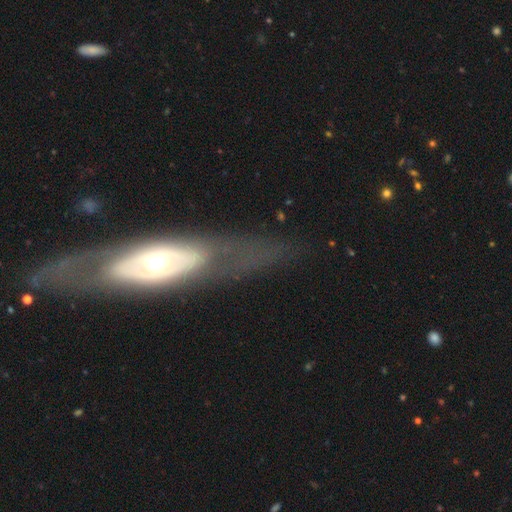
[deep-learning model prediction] smooth_or_featured: featured or disk (p=0.69) [alt: smooth p=0.23]
disk_edge_on: no (p=0.74) [alt: yes p=0.26]
bar: no (p=0.79) [alt: weak p=0.12]
has_spiral_arms: no (p=0.77) [alt: yes p=0.23]
bulge_size: moderate (p=0.58) [alt: small p=0.27]
merging: none (p=0.72) [alt: major disturbance p=0.13]